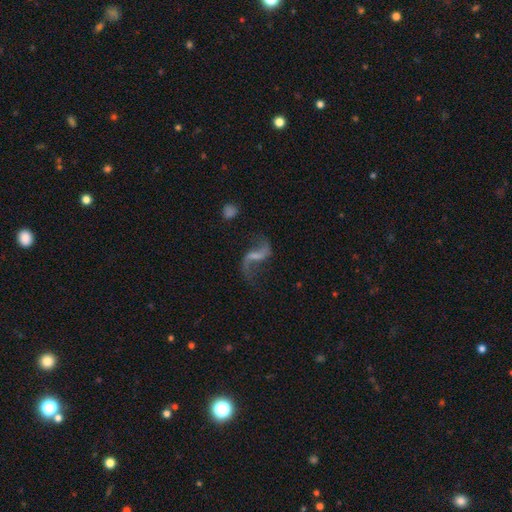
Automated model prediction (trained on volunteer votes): Smooth or featured? featured or disk (86%)
Edge-on disk? no (97%)
Bar? weak (48%)
Spiral arms? yes (95%)
Spiral winding? loose (90%)
Spiral arm count? 2 (92%)
Bulge size? none (45%)
Merging? none (71%)